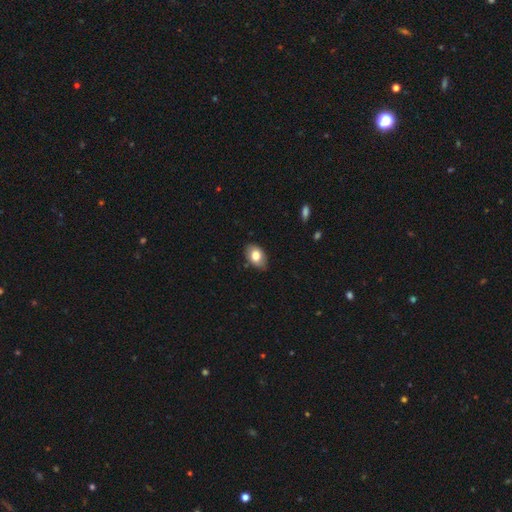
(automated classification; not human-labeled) Morphology: type=smooth (78%); roundness=in between (87%); merging=none (80%).